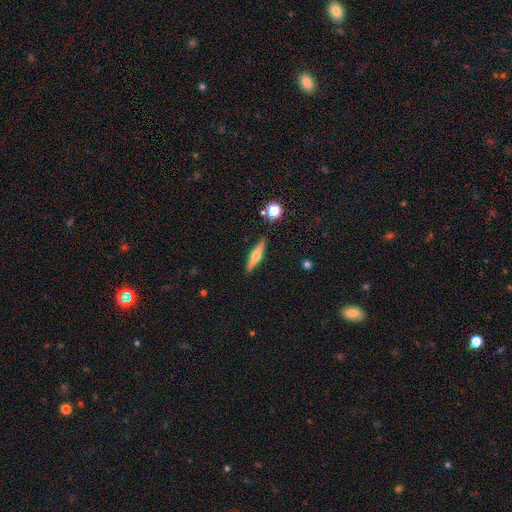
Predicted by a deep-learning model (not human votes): A featured or disk galaxy (56%) viewed edge-on (96%) with a rounded central bulge (90%).

Vote fractions:
- Smooth or featured? featured or disk: 56% / smooth: 37% / star or artifact: 7%
- Edge-on disk? yes: 96% / no: 4%
- Edge-on bulge? rounded: 90% / none: 5% / boxy: 5%
- Merging? none: 89% / minor disturbance: 7% / merger: 2% / major disturbance: 2%